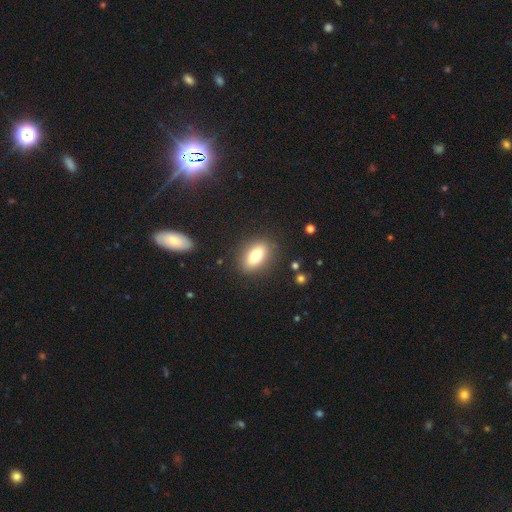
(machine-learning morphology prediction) A smooth galaxy with no disk features (77%) that is in between round and cigar-shaped (84%). Merging: none (85%).